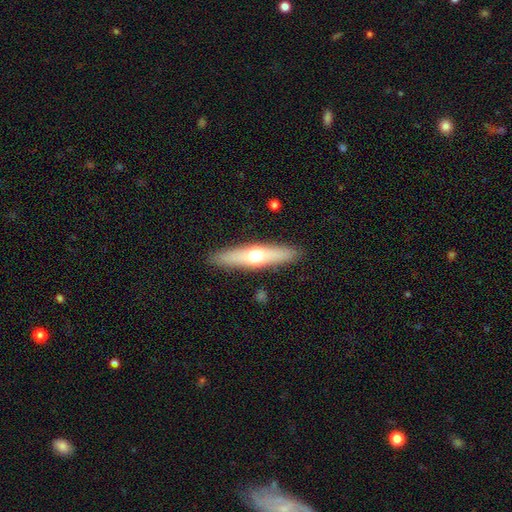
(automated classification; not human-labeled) The model was most divided on "smooth or featured" (2-way tie): featured or disk: 47%, smooth: 47%, star or artifact: 6%. More confident: merging — none (89%).